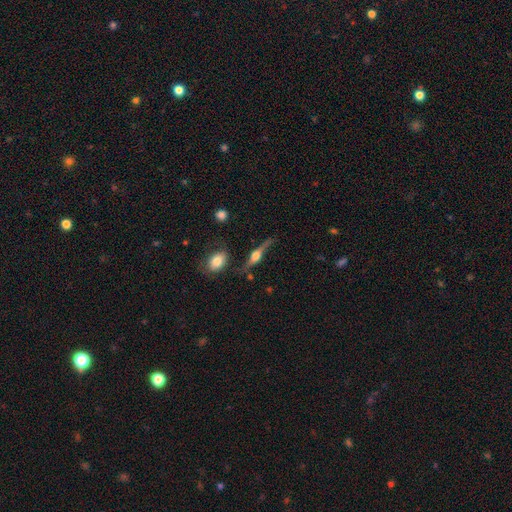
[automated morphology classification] smooth-or-featured: featured or disk: 75% | smooth: 18% | star or artifact: 7%
  disk-edge-on: yes: 93% | no: 7%
    edge-on-bulge: rounded: 93% | boxy: 5% | none: 2%
  merging: none: 74% | minor disturbance: 15% | major disturbance: 6% | merger: 5%